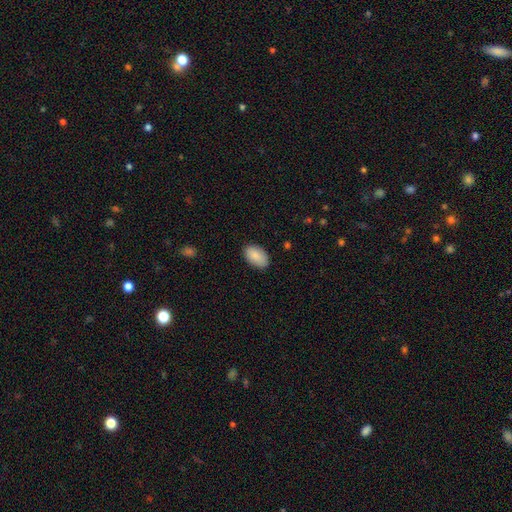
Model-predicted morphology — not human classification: Q: Smooth or featured?
A: smooth (87%); runner-up: featured or disk (6%)
Q: How rounded?
A: in between (94%); runner-up: round (5%)
Q: Merging?
A: none (86%); runner-up: minor disturbance (11%)